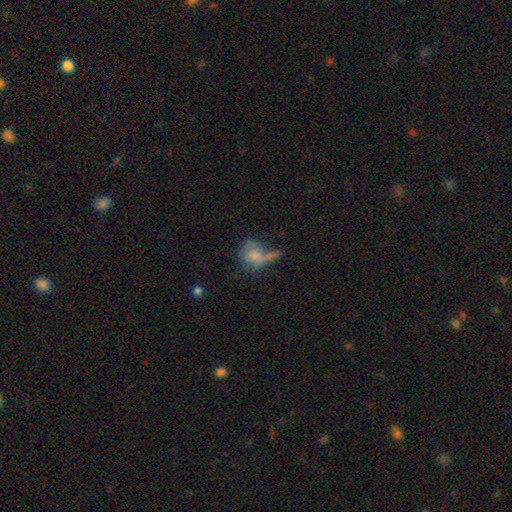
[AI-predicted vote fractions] A smooth galaxy with no disk features (60%) that is round (55%). Merging: none (28%, tied with major disturbance).